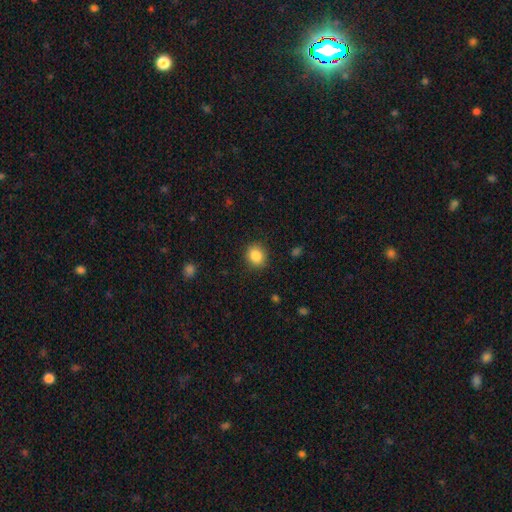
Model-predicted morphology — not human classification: Smooth or featured: smooth — 85% (star or artifact — 10%)
How rounded: round — 76% (in between — 23%)
Merging: none — 89% (minor disturbance — 7%)